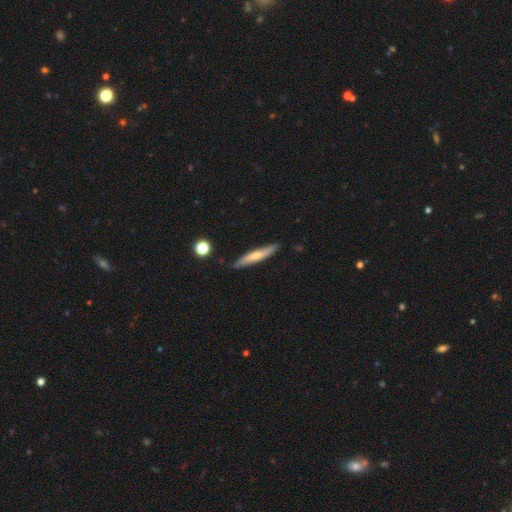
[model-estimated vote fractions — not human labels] Smooth or featured?
  - smooth: 57% *
  - featured or disk: 37%
  - star or artifact: 6%
How rounded?
  - cigar-shaped: 90% *
  - in between: 8%
  - round: 2%
Merging?
  - none: 86% *
  - minor disturbance: 11%
  - major disturbance: 2%
  - merger: 2%